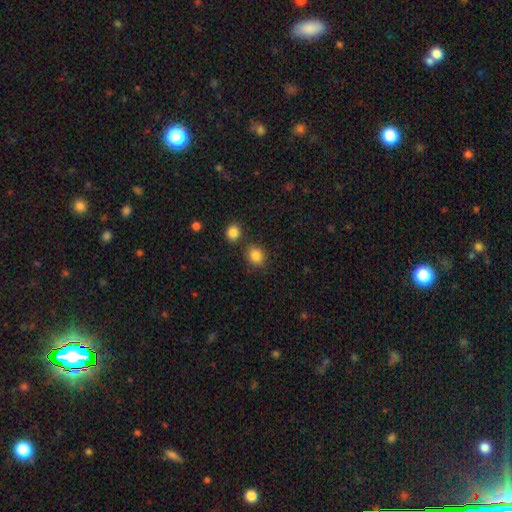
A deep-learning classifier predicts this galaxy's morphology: Q: Smooth or featured?
A: smooth (85%); runner-up: star or artifact (10%)
Q: How rounded?
A: round (71%); runner-up: in between (28%)
Q: Merging?
A: none (80%); runner-up: minor disturbance (9%)